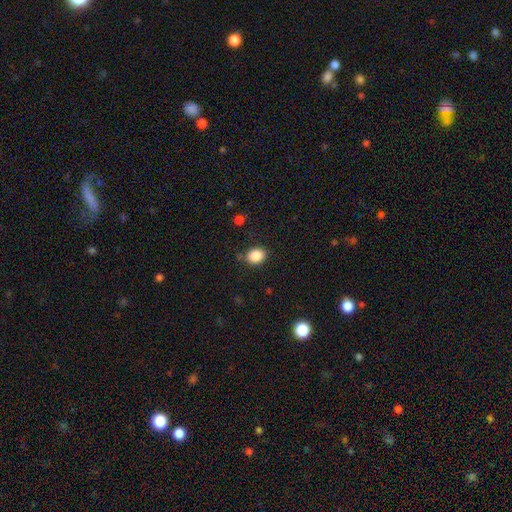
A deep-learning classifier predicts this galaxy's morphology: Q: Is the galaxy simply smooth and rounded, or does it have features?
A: smooth — 87%.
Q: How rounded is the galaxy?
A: in between — 58%.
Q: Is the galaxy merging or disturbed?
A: none — 81%.